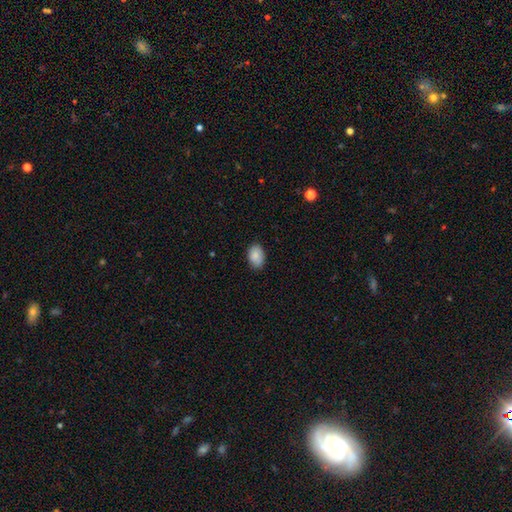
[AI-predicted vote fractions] This is clearly a smooth galaxy (86%). How rounded: clearly in between (86%). Merging: clearly none (85%).